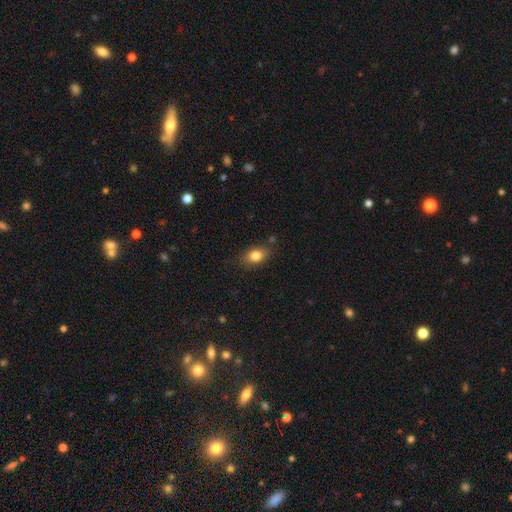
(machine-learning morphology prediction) Smooth or featured? Predicted: smooth (p=0.83). How rounded? Predicted: in between (p=0.79). Merging? Predicted: none (p=0.80).